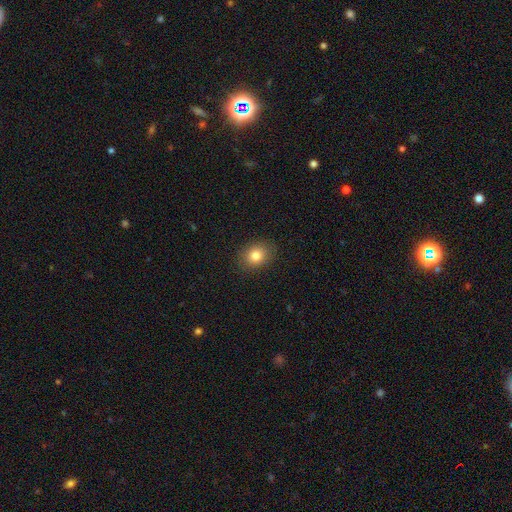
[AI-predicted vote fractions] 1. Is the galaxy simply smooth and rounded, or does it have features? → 81% smooth, 11% star or artifact, 8% featured or disk.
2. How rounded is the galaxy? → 51% round, 48% in between, 1% cigar-shaped.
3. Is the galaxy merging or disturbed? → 88% none, 8% minor disturbance, 2% major disturbance, 1% merger.